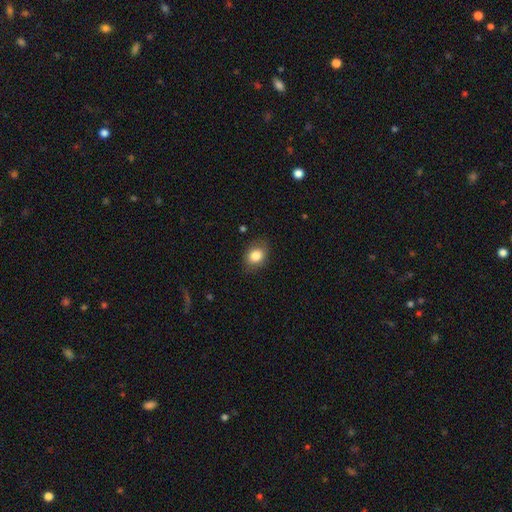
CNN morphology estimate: Smooth or featured: smooth — 83% (star or artifact — 9%)
How rounded: in between — 58% (round — 41%)
Merging: none — 80% (minor disturbance — 14%)